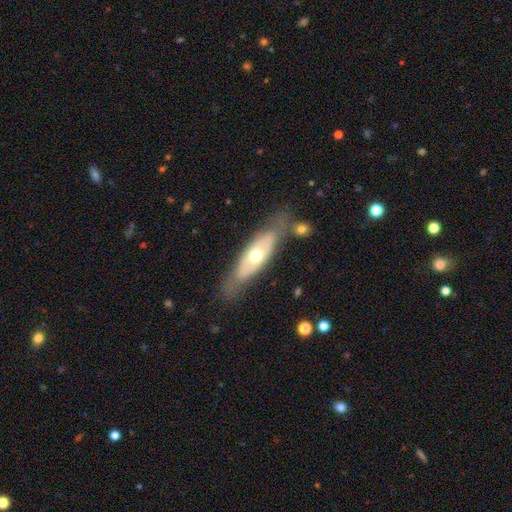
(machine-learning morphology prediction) A featured or disk galaxy (50%). Merging: none (68%).